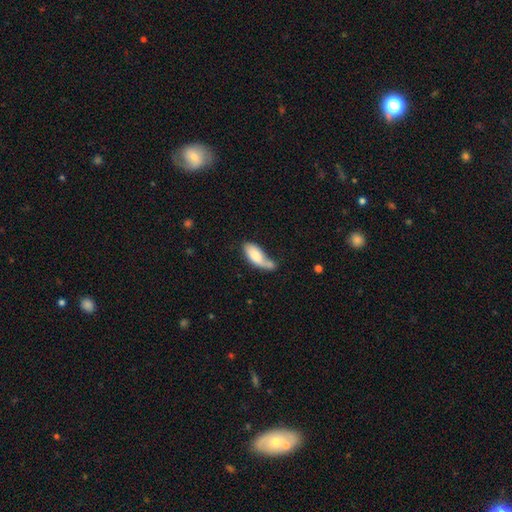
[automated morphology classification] The model was most divided on "merging": merger: 34%, none: 30%, minor disturbance: 22%, major disturbance: 13%. More confident: how rounded — in between (78%); smooth or featured — smooth (77%).